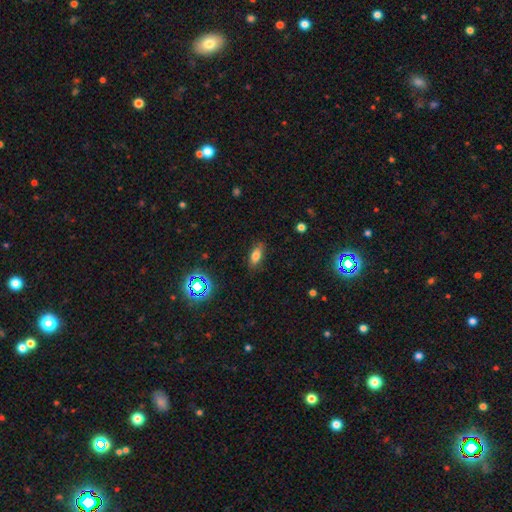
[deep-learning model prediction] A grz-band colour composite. It shows a smooth galaxy with no disk features (71%) that is in between round and cigar-shaped (79%). Merging: none (82%).